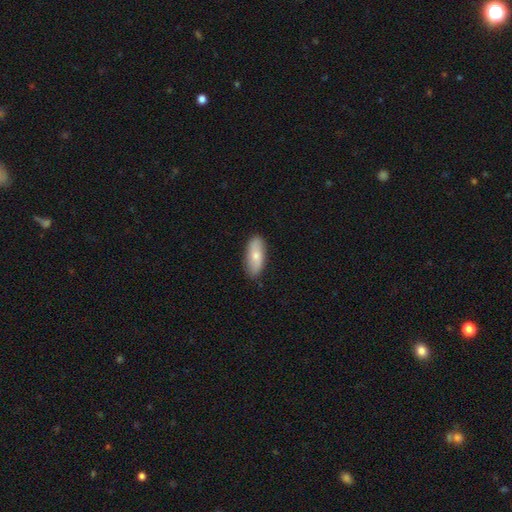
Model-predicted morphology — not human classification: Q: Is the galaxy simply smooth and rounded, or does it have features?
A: smooth — 72%.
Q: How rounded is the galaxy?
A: in between — 80%.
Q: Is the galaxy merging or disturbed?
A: none — 86%.